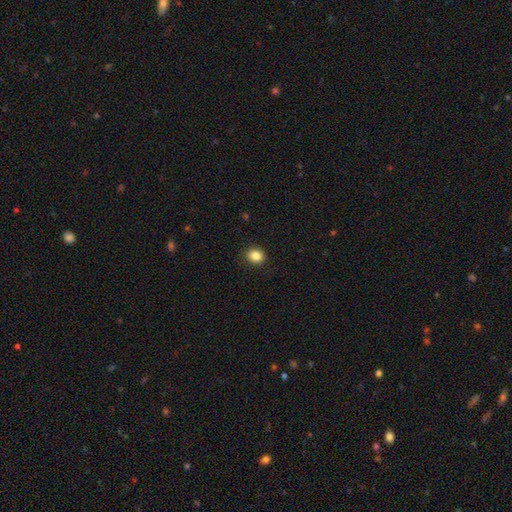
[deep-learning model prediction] Smooth or featured? Predicted: smooth (p=0.86). How rounded? Predicted: round (p=0.65). Merging? Predicted: none (p=0.90).